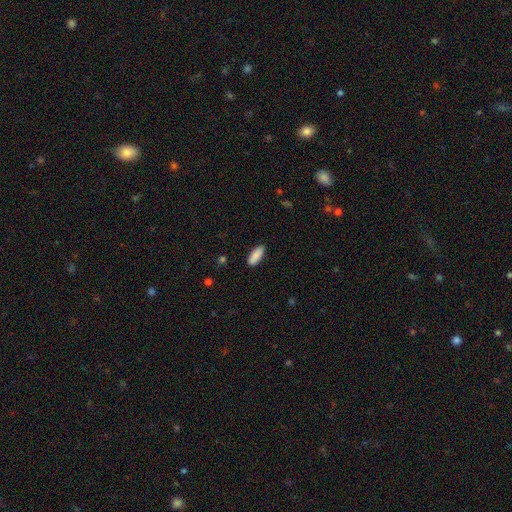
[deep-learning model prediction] Morphology: type=smooth (90%); roundness=in between (77%); merging=none (89%).